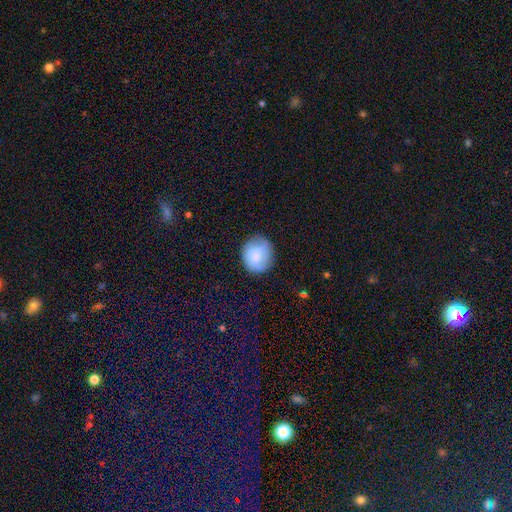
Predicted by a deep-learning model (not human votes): Smooth or featured? smooth (73%)
How rounded? round (73%)
Merging? none (71%)